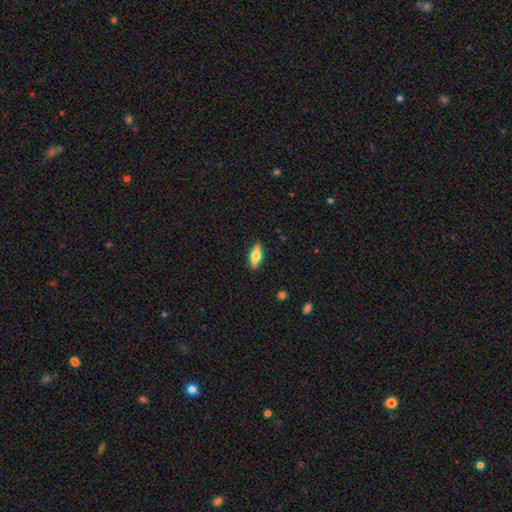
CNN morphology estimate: Smooth or featured? smooth (61%)
How rounded? in between (60%)
Merging? none (88%)